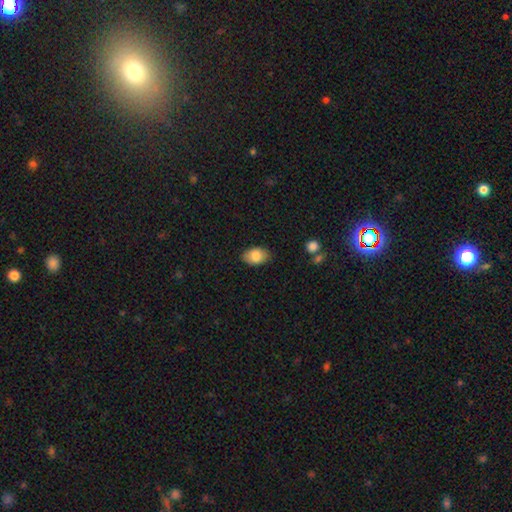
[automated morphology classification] This appears to be a smooth galaxy with no disk features (83%) that is in between round and cigar-shaped (87%). Merging: none (84%).